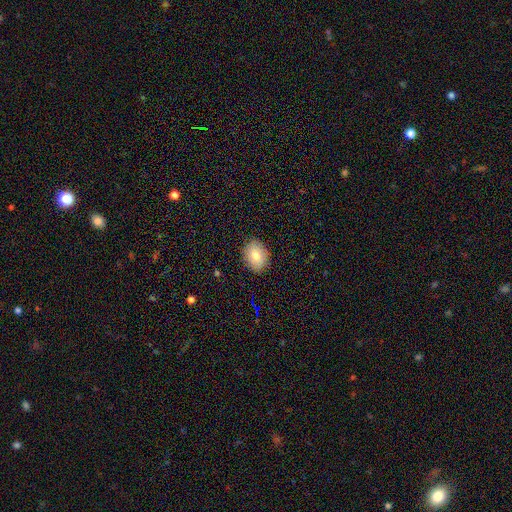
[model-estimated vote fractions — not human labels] Morphology: type=smooth (77%); roundness=in between (65%); merging=none (87%).